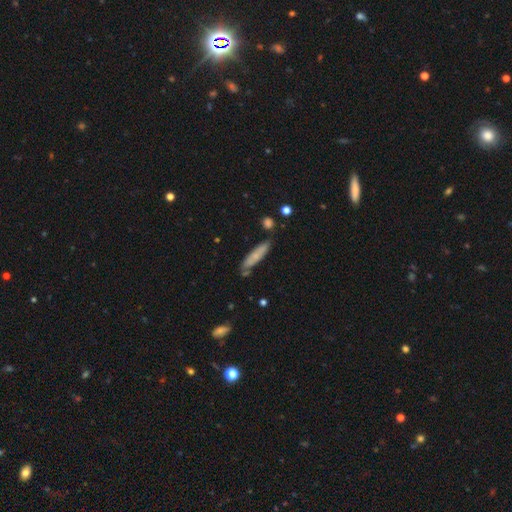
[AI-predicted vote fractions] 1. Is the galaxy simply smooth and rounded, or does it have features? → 68% smooth, 25% featured or disk, 7% star or artifact.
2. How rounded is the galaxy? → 80% cigar-shaped, 18% in between, 2% round.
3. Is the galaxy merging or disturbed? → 72% none, 18% minor disturbance, 6% merger, 3% major disturbance.